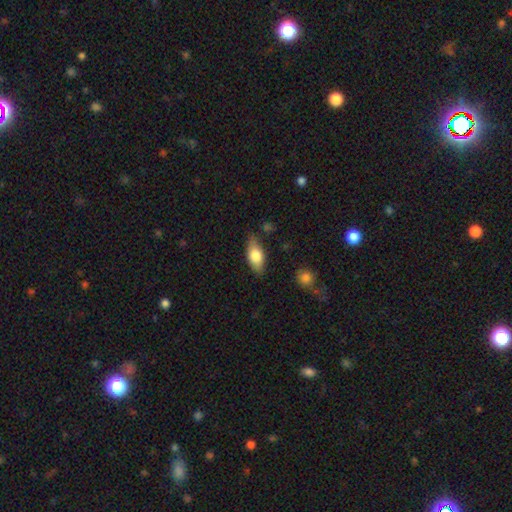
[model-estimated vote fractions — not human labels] smooth 71%, featured or disk 23%, star or artifact 6%. Down the decision tree: how rounded — in between (83%); merging — none (79%).